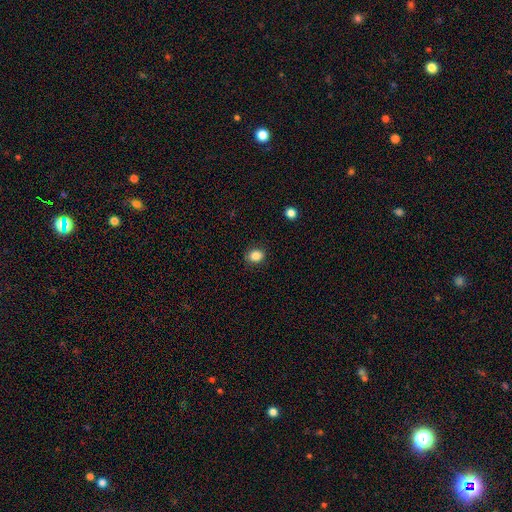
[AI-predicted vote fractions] smooth_or_featured: smooth (p=0.85) [alt: star or artifact p=0.10]
how_rounded: round (p=0.59) [alt: in between p=0.40]
merging: none (p=0.86) [alt: minor disturbance p=0.10]